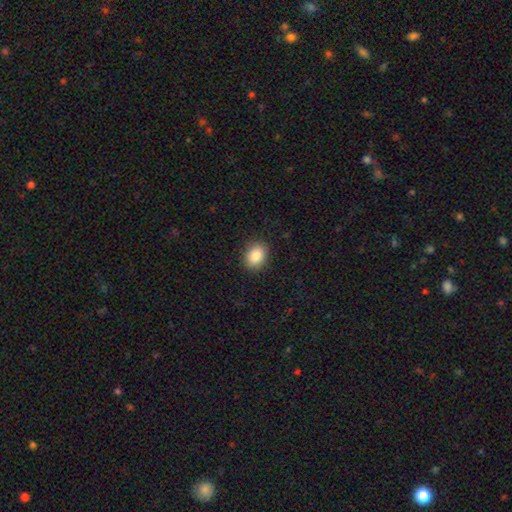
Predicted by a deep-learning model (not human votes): smooth 86%, star or artifact 9%, featured or disk 5%. Down the decision tree: how rounded — in between (56%); merging — none (89%).